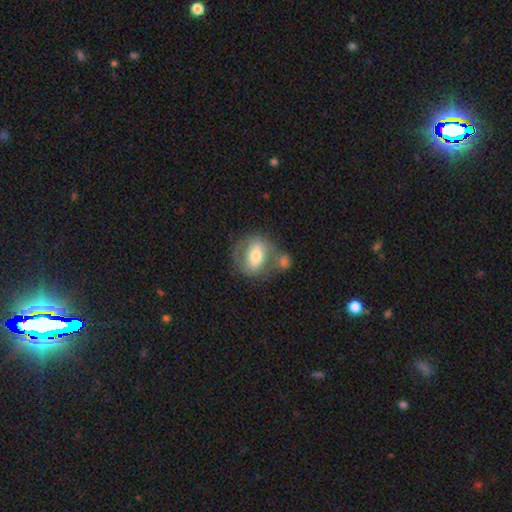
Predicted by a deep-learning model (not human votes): Smooth or featured? featured or disk (47%, tied with smooth)
Merging? none (43%)